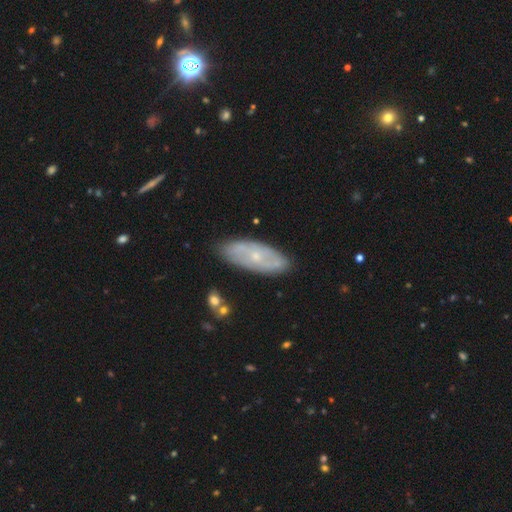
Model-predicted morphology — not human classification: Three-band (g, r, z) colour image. It shows a featured or disk galaxy (58%). Merging: none (82%).